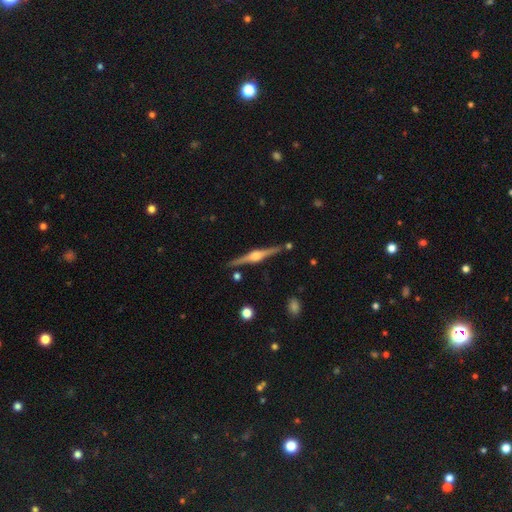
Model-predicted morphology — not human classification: This is clearly a featured or disk galaxy (87%). It is clearly viewed edge-on (98%). Edge-on bulge: clearly rounded (88%). Merging: clearly none (89%).